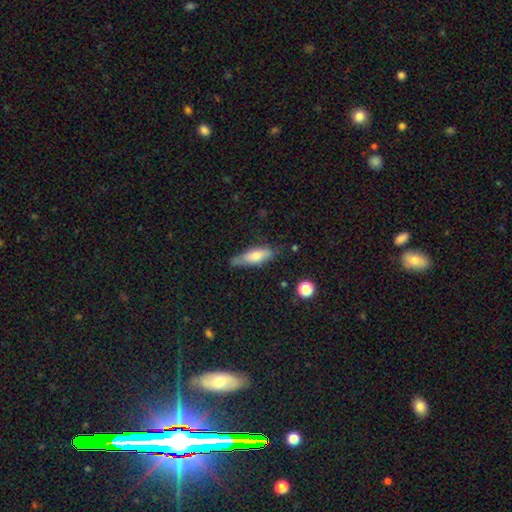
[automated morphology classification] A smooth galaxy with no disk features (66%) that is in between round and cigar-shaped (53%).

Vote fractions:
- Smooth or featured? smooth: 66% / featured or disk: 27% / star or artifact: 7%
- How rounded? in between: 53% / cigar-shaped: 45% / round: 2%
- Merging? none: 64% / minor disturbance: 27% / major disturbance: 6% / merger: 3%